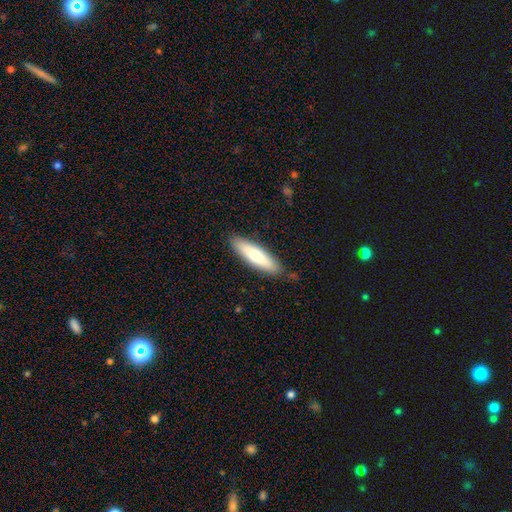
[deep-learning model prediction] This appears to be a smooth galaxy with no disk features (69%) that is cigar-shaped (64%). Merging: none (87%).